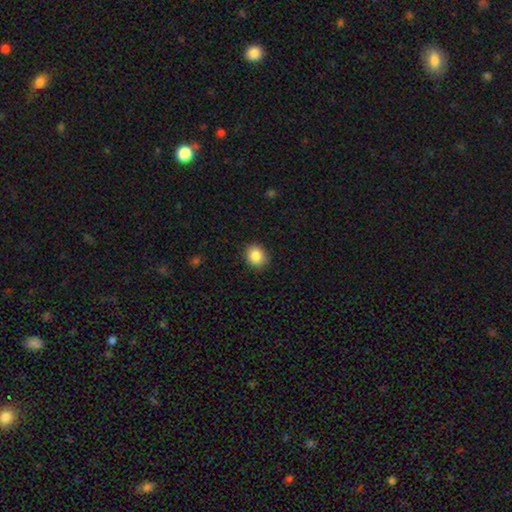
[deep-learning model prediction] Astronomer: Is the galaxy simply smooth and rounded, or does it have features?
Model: smooth — 87%.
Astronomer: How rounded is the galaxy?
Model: round — 74%.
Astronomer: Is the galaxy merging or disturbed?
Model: none — 89%.